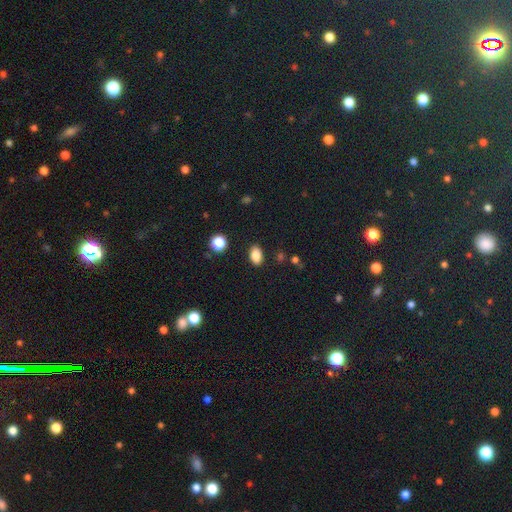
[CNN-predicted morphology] The model was most divided on "smooth or featured": smooth: 85%, star or artifact: 10%, featured or disk: 5%. More confident: how rounded — in between (88%); merging — none (87%).